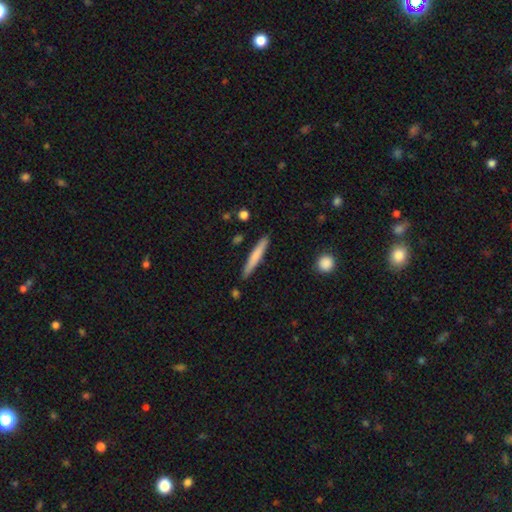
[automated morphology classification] type=smooth (69%); roundness=cigar-shaped (95%); merging=none (88%).